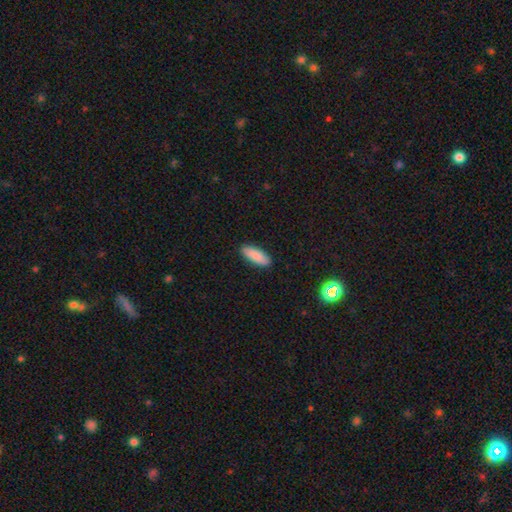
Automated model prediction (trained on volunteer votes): Overall: smooth (89%). How rounded: in between (68%; cigar-shaped 31%). Merging: none (90%).